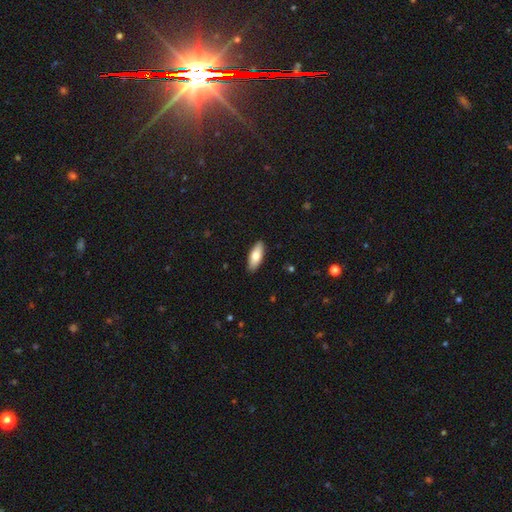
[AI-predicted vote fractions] smooth 76%, featured or disk 19%, star or artifact 6%. Down the decision tree: how rounded — in between (76%); merging — none (90%).